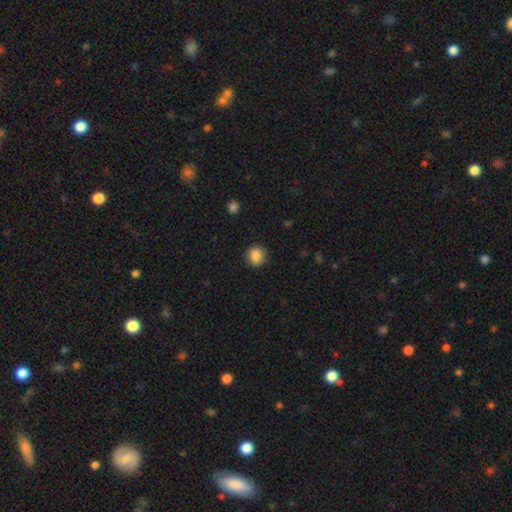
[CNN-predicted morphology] Smooth or featured?
  - smooth: 86% *
  - star or artifact: 9%
  - featured or disk: 5%
How rounded?
  - round: 80% *
  - in between: 19%
  - cigar-shaped: 1%
Merging?
  - none: 87% *
  - minor disturbance: 9%
  - major disturbance: 3%
  - merger: 1%